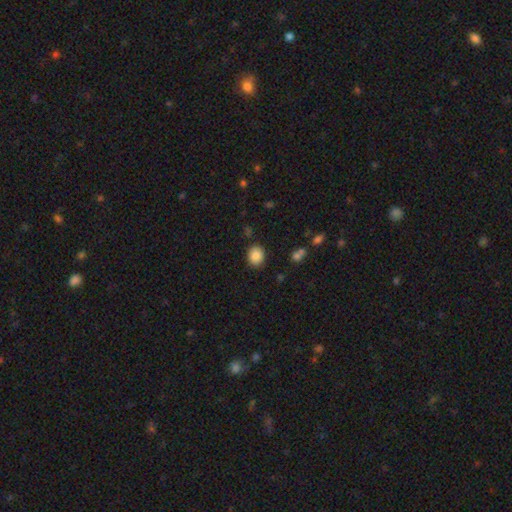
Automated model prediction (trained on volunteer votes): A smooth galaxy with no disk features (86%) that is round (60%).

Vote fractions:
- Smooth or featured? smooth: 86% / star or artifact: 9% / featured or disk: 5%
- How rounded? round: 60% / in between: 39% / cigar-shaped: 1%
- Merging? none: 86% / minor disturbance: 10% / major disturbance: 3% / merger: 2%